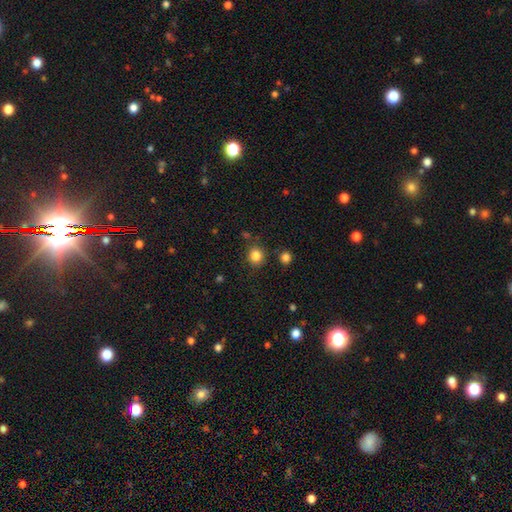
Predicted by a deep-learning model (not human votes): Smooth or featured? smooth (83%)
How rounded? round (89%)
Merging? none (84%)